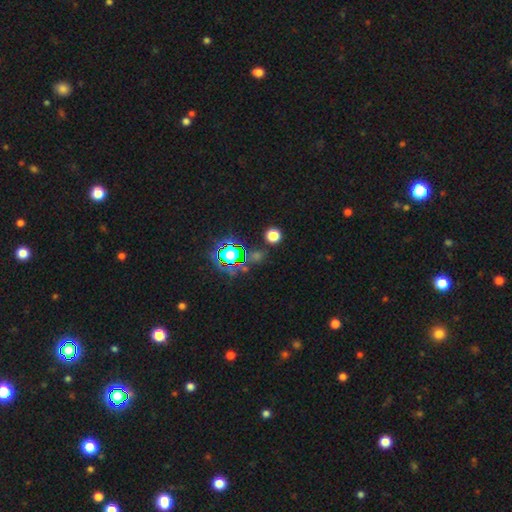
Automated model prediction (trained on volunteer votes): Smooth or featured?
  - star or artifact: 67% *
  - smooth: 25%
  - featured or disk: 8%